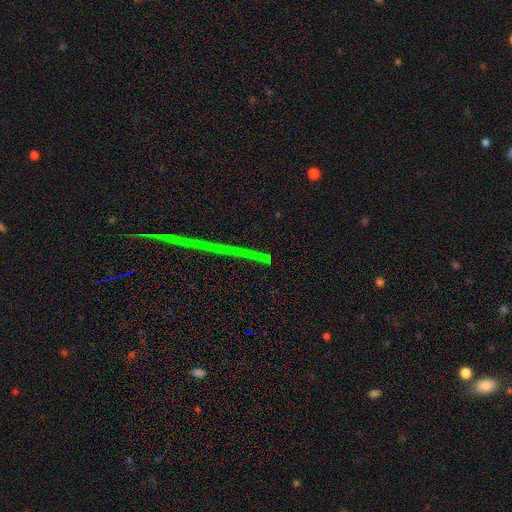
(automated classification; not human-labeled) Smooth or featured? star or artifact (80%)